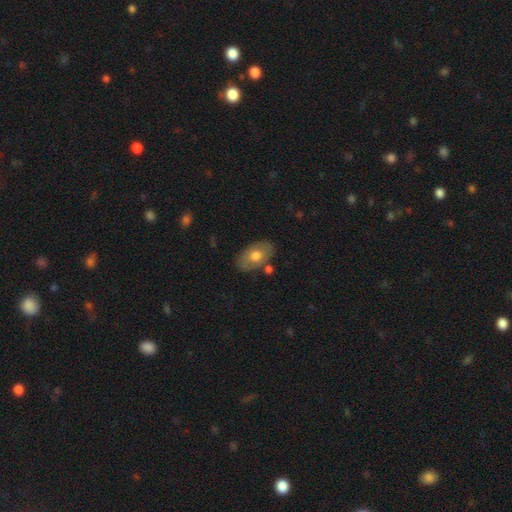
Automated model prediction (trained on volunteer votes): This appears to be a smooth galaxy with no disk features (65%) that is in between round and cigar-shaped (91%). Merging: none (75%).